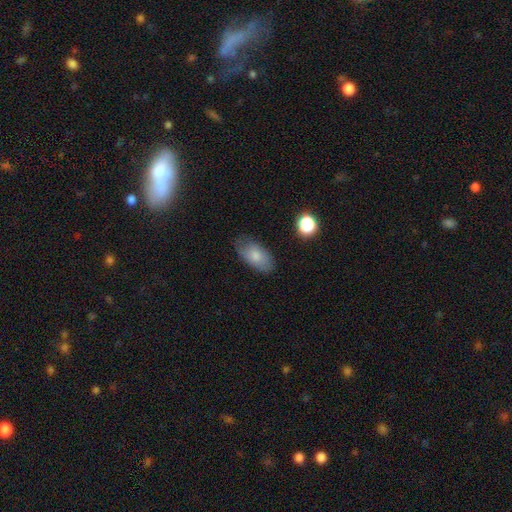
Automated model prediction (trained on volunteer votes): A smooth galaxy with no disk features (78%) that is in between round and cigar-shaped (93%). Merging: none (72%).